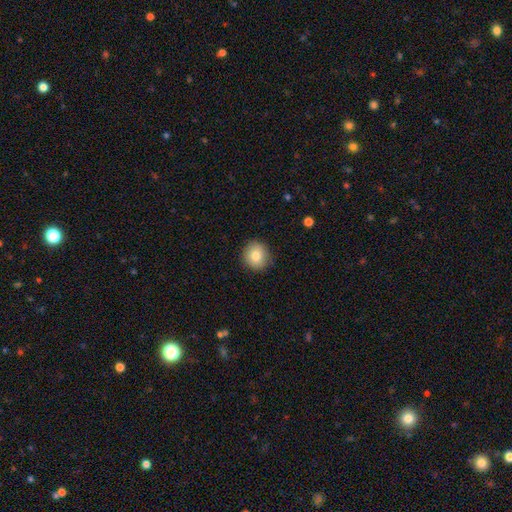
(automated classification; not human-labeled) smooth-or-featured: smooth: 82% | featured or disk: 9% | star or artifact: 9%
  how-rounded: round: 89% | in between: 11% | cigar-shaped: 1%
  merging: none: 88% | minor disturbance: 9% | major disturbance: 2% | merger: 1%